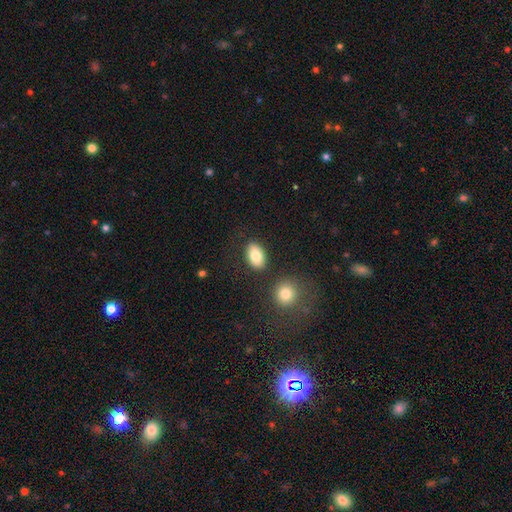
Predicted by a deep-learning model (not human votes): smooth_or_featured: smooth (p=0.83) [alt: featured or disk p=0.10]
how_rounded: in between (p=0.88) [alt: round p=0.10]
merging: none (p=0.81) [alt: minor disturbance p=0.10]